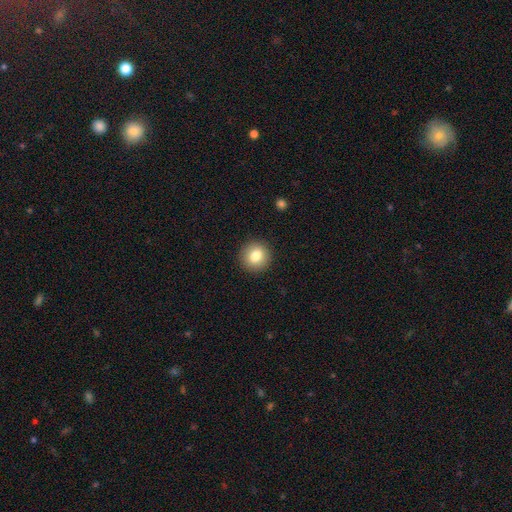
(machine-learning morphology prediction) Smooth or featured? smooth (81%)
How rounded? round (91%)
Merging? none (92%)